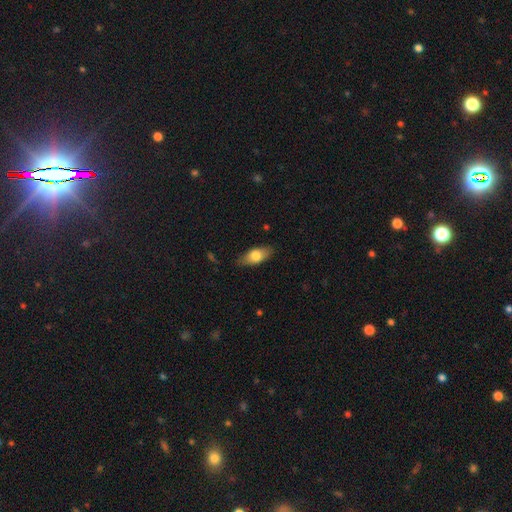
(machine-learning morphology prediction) Overall: smooth (73%). How rounded: in between (84%). Merging: none (81%).